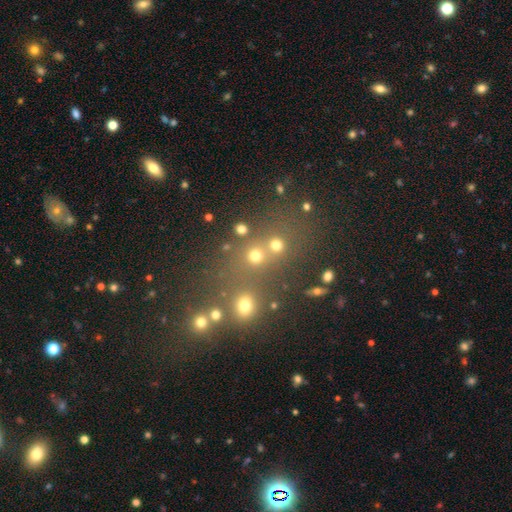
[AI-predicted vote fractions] A star or artifact, not a galaxy (59%).